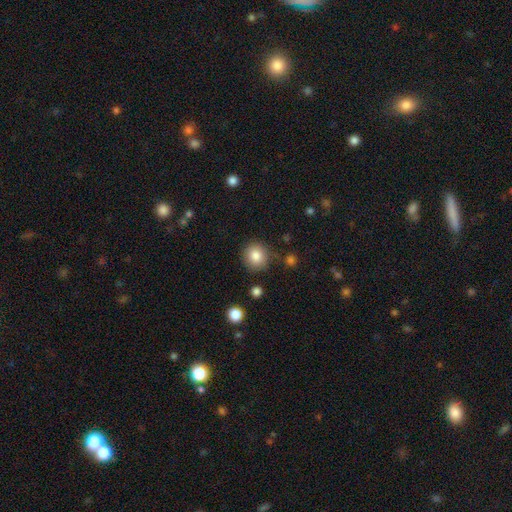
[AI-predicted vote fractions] A smooth galaxy with no disk features (84%) that is round (90%).

Vote fractions:
- Smooth or featured? smooth: 84% / star or artifact: 9% / featured or disk: 6%
- How rounded? round: 90% / in between: 9% / cigar-shaped: 1%
- Merging? none: 86% / minor disturbance: 9% / major disturbance: 3% / merger: 3%